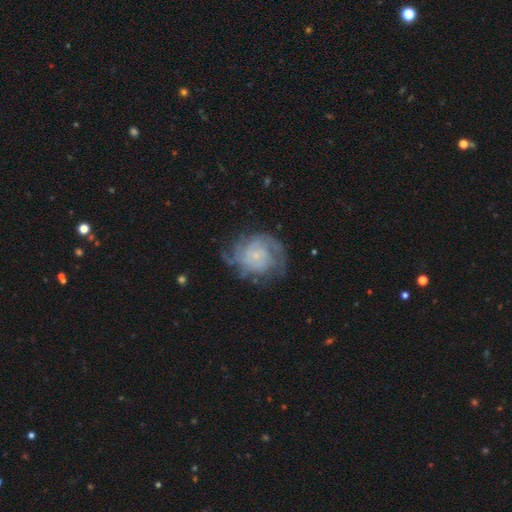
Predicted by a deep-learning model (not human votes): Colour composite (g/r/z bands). It shows a featured or disk galaxy (77%) with no bar (76%), tight (58%) spiral arms (91%) and a small central bulge (73%). Merging: none (64%).